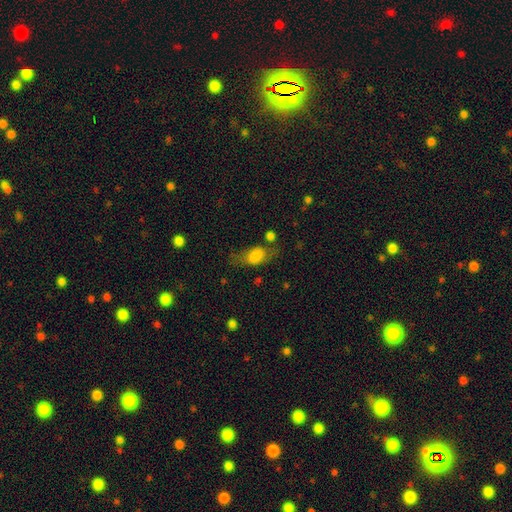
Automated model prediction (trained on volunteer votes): Morphology: type=smooth (70%); roundness=in between (81%); merging=none (52%).